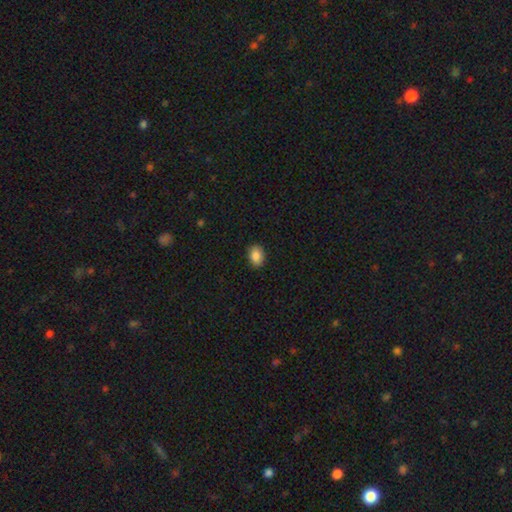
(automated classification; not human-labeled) A smooth galaxy with no disk features (88%) that is in between round and cigar-shaped (76%). Merging: none (88%).